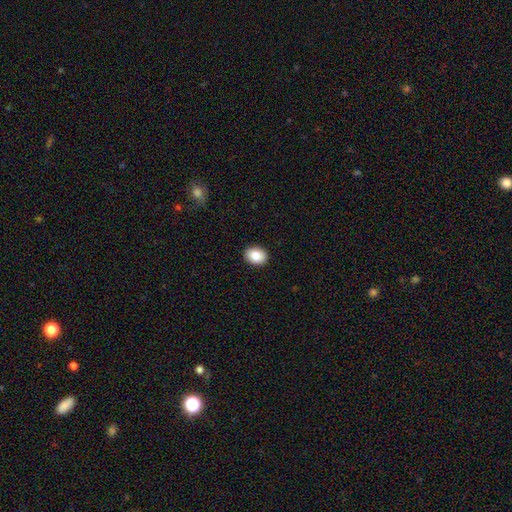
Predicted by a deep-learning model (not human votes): Morphology: type=smooth (86%); roundness=in between (66%); merging=none (92%).